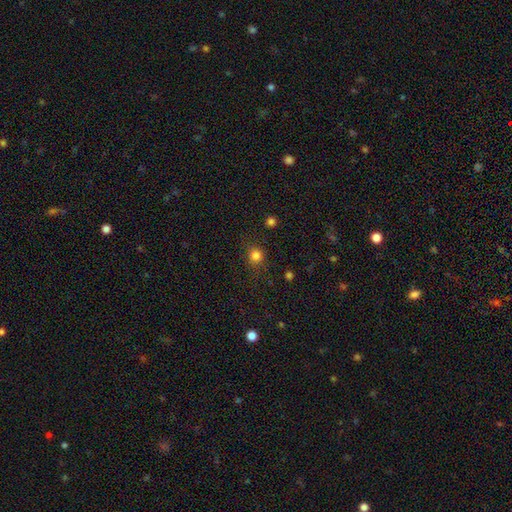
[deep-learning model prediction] Overall: smooth (81%). How rounded: round (89%). Merging: none (83%).